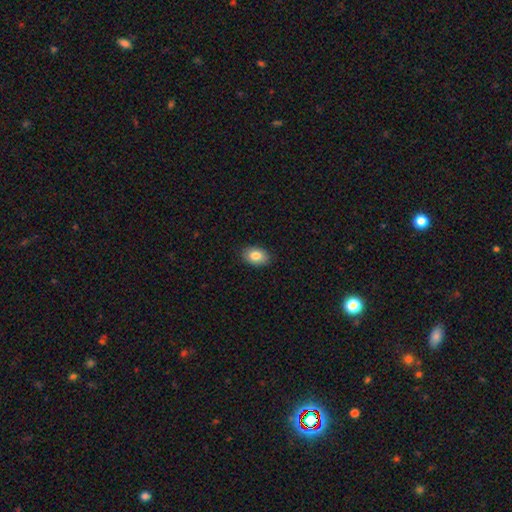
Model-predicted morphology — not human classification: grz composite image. It shows a smooth galaxy with no disk features (84%) that is in between round and cigar-shaped (84%). Merging: none (88%).